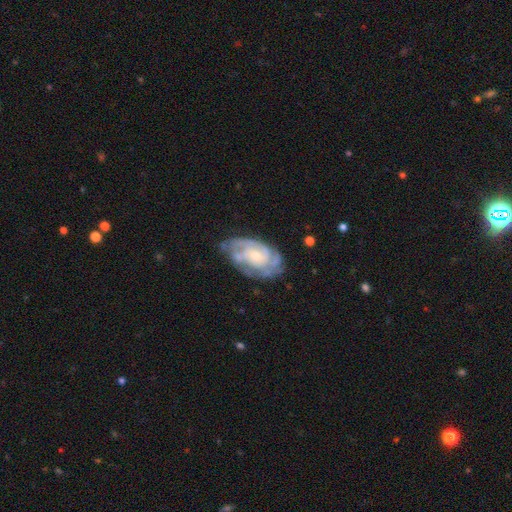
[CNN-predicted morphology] smooth-or-featured: featured or disk: 81% | smooth: 13% | star or artifact: 6%
  disk-edge-on: no: 96% | yes: 4%
    bar: no: 73% | weak: 23% | strong: 4%
    has-spiral-arms: yes: 91% | no: 9%
      spiral-winding: tight: 63% | medium: 30% | loose: 7%
      spiral-arm-count: can't tell: 39% | 2: 21% | 3: 20% | 4: 11% | more than 4: 5% | 1: 5%
    bulge-size: small: 64% | moderate: 31% | none: 2% | large: 2% | dominant: 1%
  merging: none: 67% | minor disturbance: 23% | major disturbance: 8% | merger: 2%